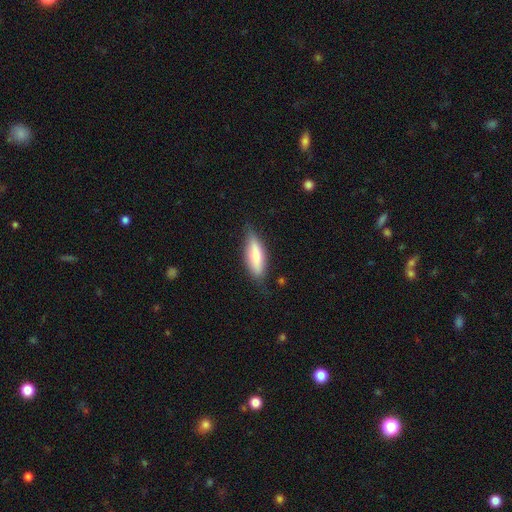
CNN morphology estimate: Smooth or featured? Predicted: smooth (p=0.68). How rounded? Predicted: in between (p=0.54). Merging? Predicted: none (p=0.74).